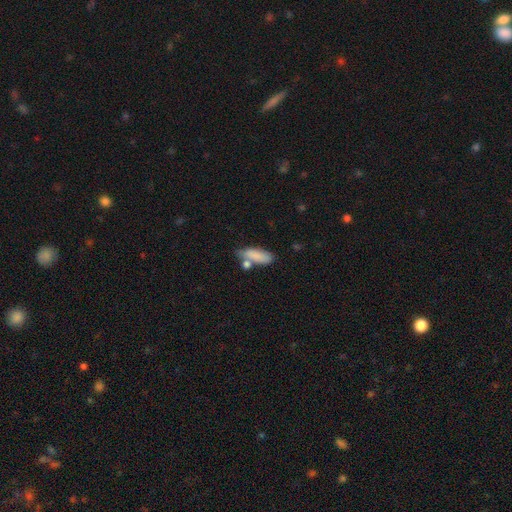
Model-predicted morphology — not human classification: Smooth or featured? Predicted: smooth (p=0.82). How rounded? Predicted: in between (p=0.60). Merging? Predicted: none (p=0.51).